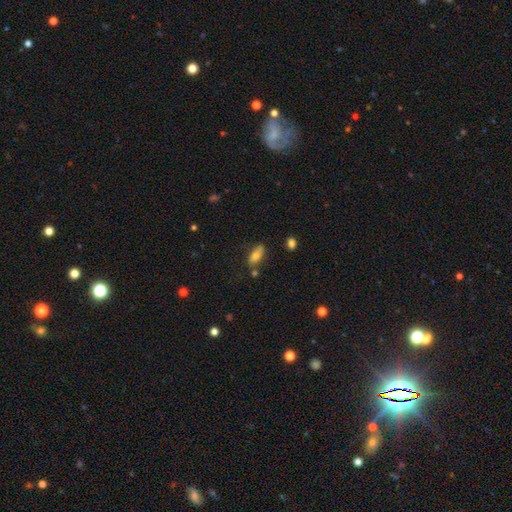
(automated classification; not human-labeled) The model was most divided on "merging": none: 71%, minor disturbance: 18%, merger: 6%, major disturbance: 4%. More confident: how rounded — in between (77%); smooth or featured — smooth (74%).